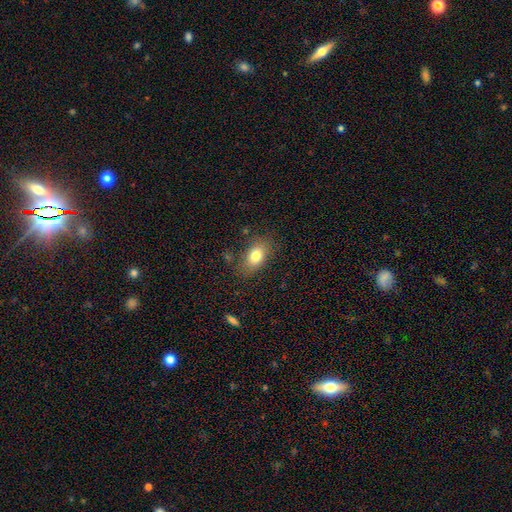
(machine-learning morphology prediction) smooth 79%, featured or disk 12%, star or artifact 9%. Down the decision tree: how rounded — in between (86%); merging — none (77%).